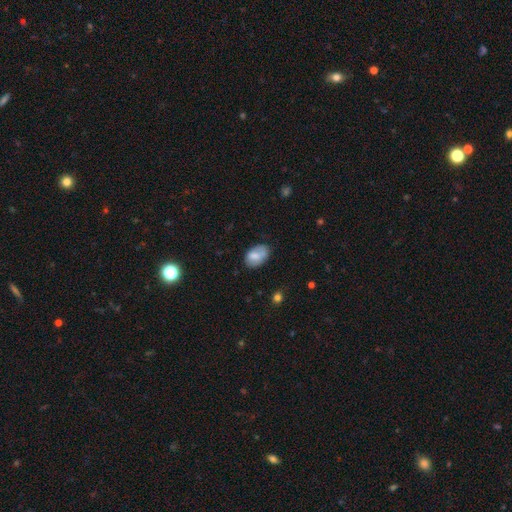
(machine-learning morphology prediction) This appears to be a smooth galaxy with no disk features (75%) that is in between round and cigar-shaped (89%). Merging: none (67%).